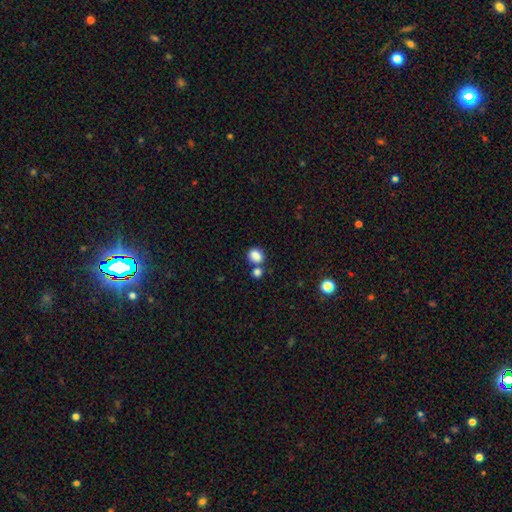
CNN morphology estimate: smooth_or_featured: smooth (p=0.85) [alt: star or artifact p=0.10]
how_rounded: round (p=0.51) [alt: in between p=0.48]
merging: none (p=0.55) [alt: merger p=0.30]